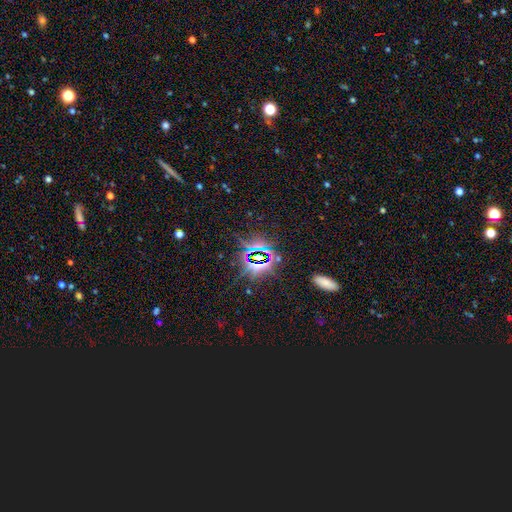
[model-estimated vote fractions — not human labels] Smooth or featured: star or artifact — 82% (smooth — 10%)